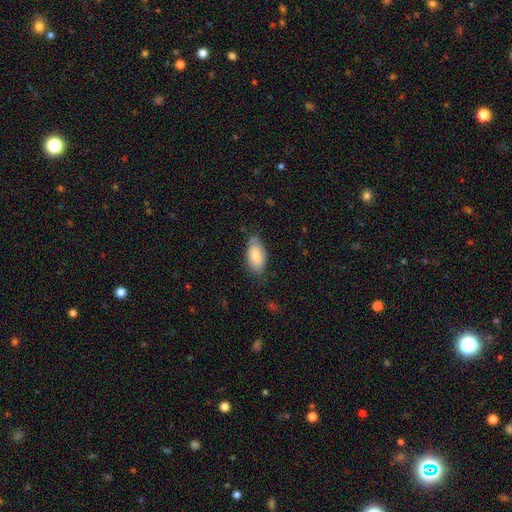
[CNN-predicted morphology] Smooth or featured? Predicted: smooth (p=0.78). How rounded? Predicted: in between (p=0.94). Merging? Predicted: none (p=0.68).